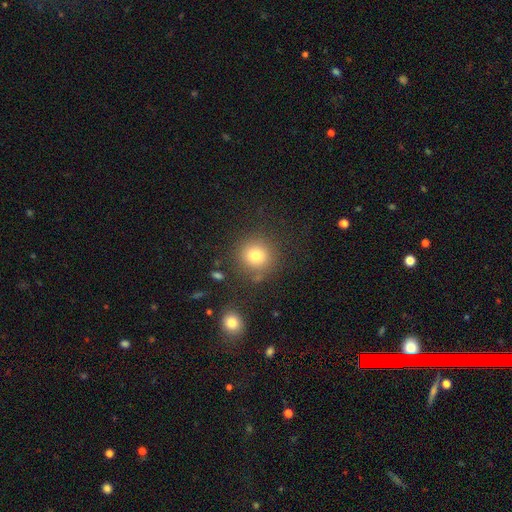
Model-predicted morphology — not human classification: A smooth galaxy with no disk features (78%) that is round (92%). Merging: none (82%).